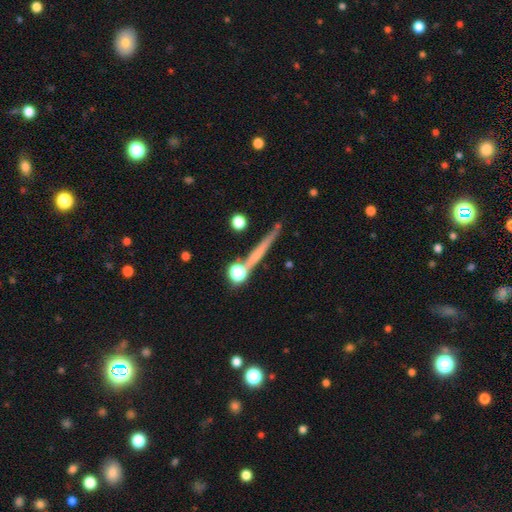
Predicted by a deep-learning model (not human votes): Overall: smooth (44%, tied with featured or disk). Merging: none (79%).